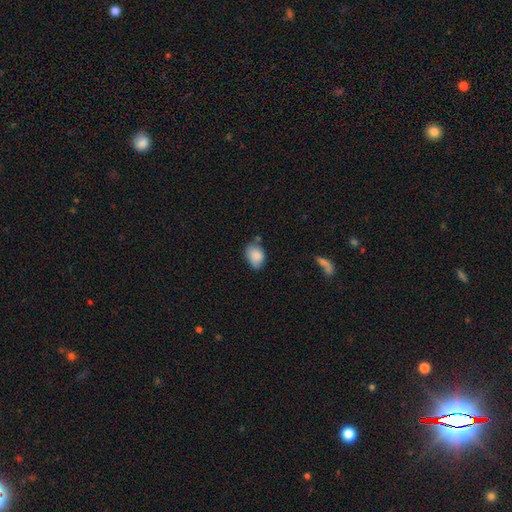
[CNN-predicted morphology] Overall: smooth (85%). How rounded: in between (80%). Merging: none (52%; minor disturbance 34%).